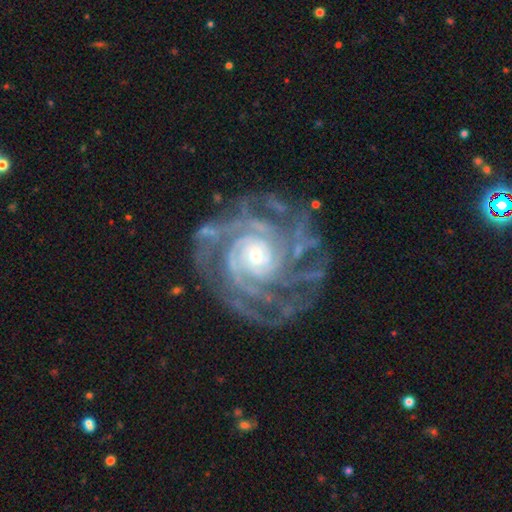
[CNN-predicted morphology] The model was most divided on "spiral arm count": 4: 24%, can't tell: 20%, more than 4: 19%, 3: 17%, 2: 12%, 1: 8%. More confident: spiral arms — yes (98%); edge-on disk — no (98%); smooth or featured — featured or disk (92%); spiral winding — tight (74%); merging — none (73%); bar — no (71%); bulge size — small (63%).